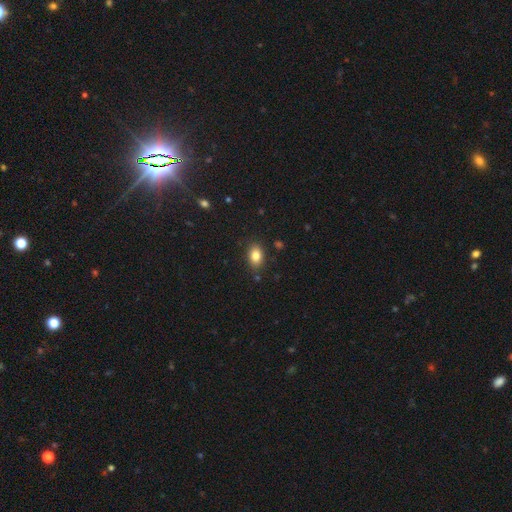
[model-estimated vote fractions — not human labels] Smooth or featured? Predicted: smooth (p=0.83). How rounded? Predicted: in between (p=0.84). Merging? Predicted: none (p=0.85).